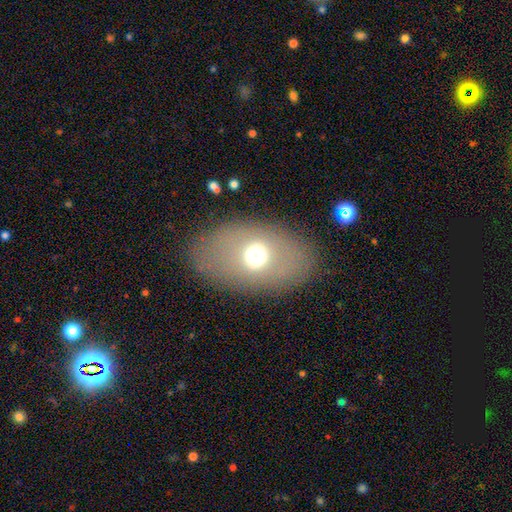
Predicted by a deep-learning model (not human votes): Smooth or featured? Predicted: smooth (p=0.58). How rounded? Predicted: in between (p=0.80). Merging? Predicted: none (p=0.80).